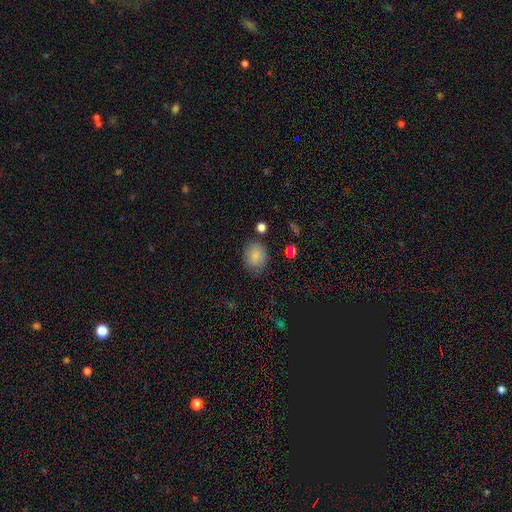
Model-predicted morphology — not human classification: type=smooth (84%); roundness=round (52%); merging=none (76%).